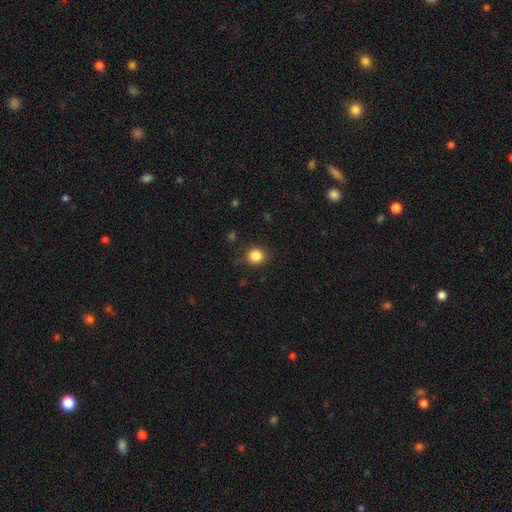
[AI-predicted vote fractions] The model was most divided on "smooth or featured": smooth: 85%, star or artifact: 11%, featured or disk: 4%. More confident: how rounded — round (89%); merging — none (88%).